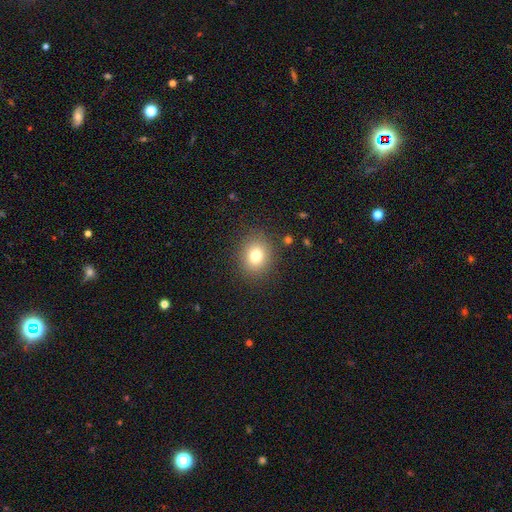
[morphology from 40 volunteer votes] Smooth or featured? smooth (72%)
How rounded? round (72%)
Merging? none (94%)